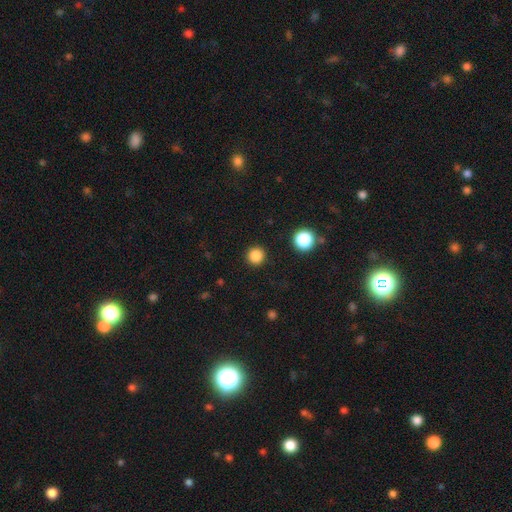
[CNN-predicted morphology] Overall: smooth (85%). How rounded: round (95%). Merging: none (92%).